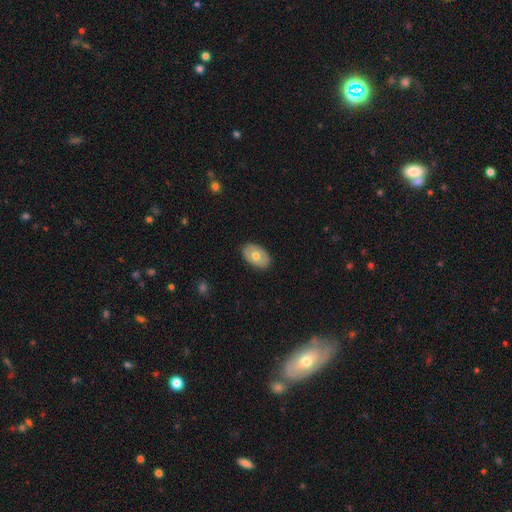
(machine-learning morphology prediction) This is possibly a smooth galaxy (57%). How rounded: clearly in between (87%). Merging: clearly none (87%).